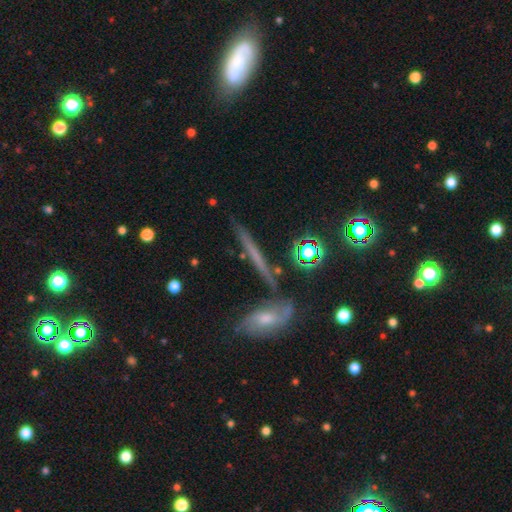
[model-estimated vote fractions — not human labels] A featured or disk galaxy (45%). Merging: none (74%).